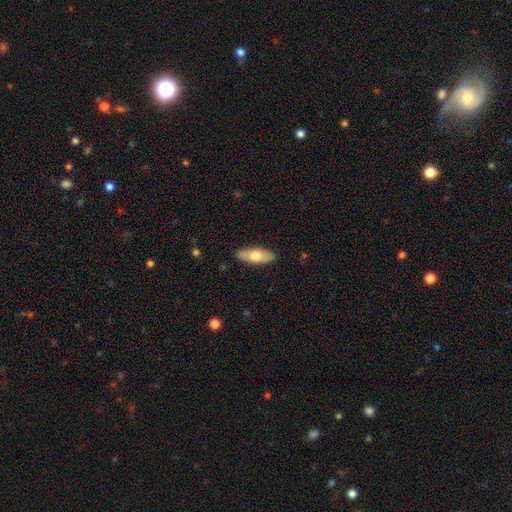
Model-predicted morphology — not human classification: Q: Smooth or featured?
A: smooth (65%); runner-up: featured or disk (30%)
Q: How rounded?
A: in between (73%); runner-up: cigar-shaped (25%)
Q: Merging?
A: none (86%); runner-up: minor disturbance (11%)